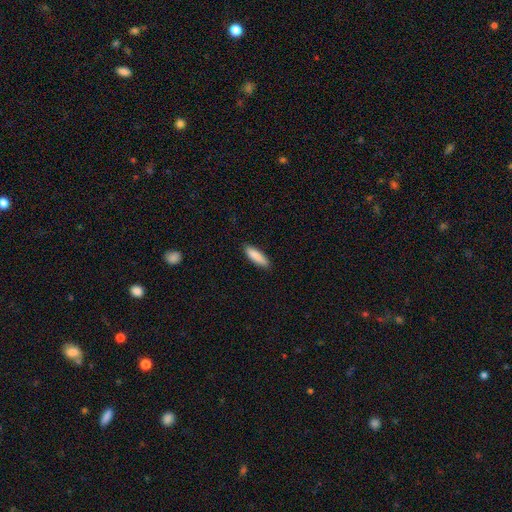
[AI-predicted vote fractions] This is clearly a smooth galaxy (88%). How rounded: possibly cigar-shaped (59%). Merging: clearly none (88%).